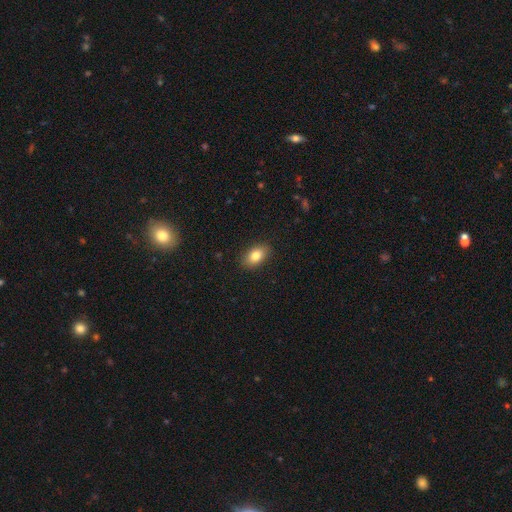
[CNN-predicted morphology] This appears to be a smooth galaxy with no disk features (82%) that is in between round and cigar-shaped (87%). Merging: none (88%).